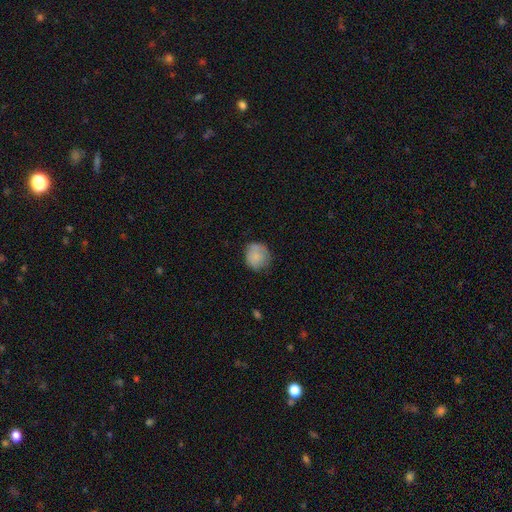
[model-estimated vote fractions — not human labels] Q: Smooth or featured?
A: smooth (81%); runner-up: featured or disk (10%)
Q: How rounded?
A: round (82%); runner-up: in between (17%)
Q: Merging?
A: none (68%); runner-up: minor disturbance (24%)